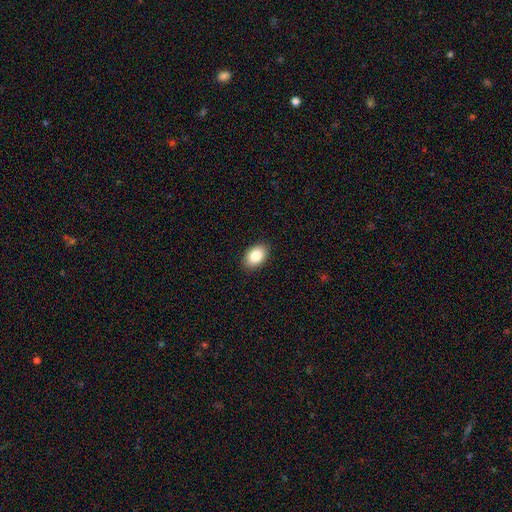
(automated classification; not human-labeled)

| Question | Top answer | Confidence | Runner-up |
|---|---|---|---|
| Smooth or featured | smooth | 86% | star or artifact (7%) |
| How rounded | in between | 89% | round (10%) |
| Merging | none | 90% | minor disturbance (8%) |